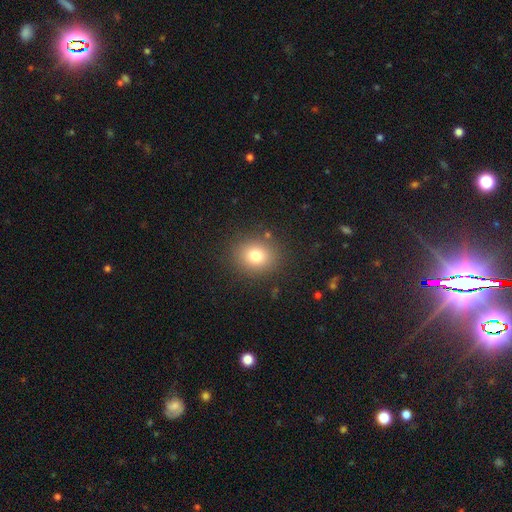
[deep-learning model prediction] Smooth or featured? smooth (77%)
How rounded? round (76%)
Merging? none (87%)